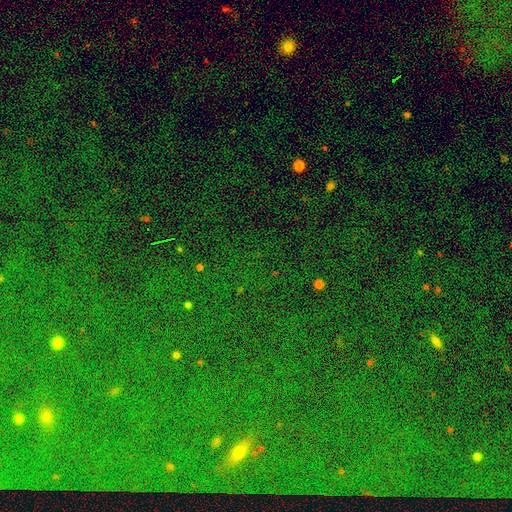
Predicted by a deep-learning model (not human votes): smooth_or_featured: star or artifact (p=0.81) [alt: smooth p=0.10]